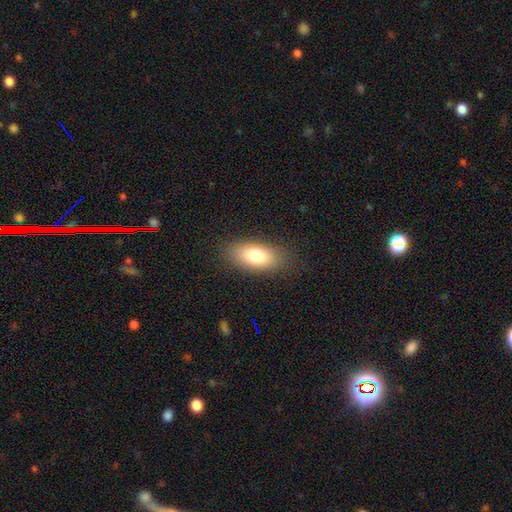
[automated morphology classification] This is likely a smooth galaxy (78%). How rounded: clearly in between (87%). Merging: clearly none (84%).